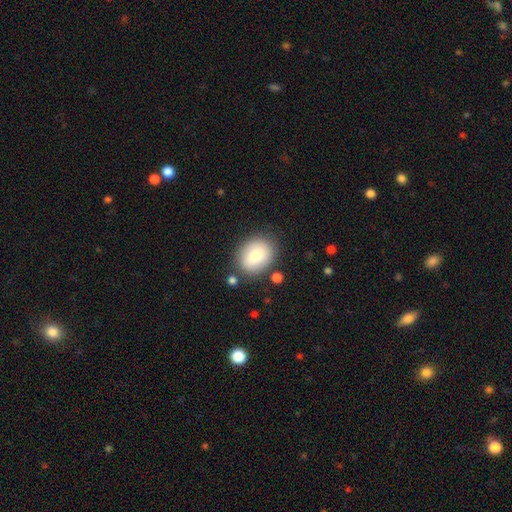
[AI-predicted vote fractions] Smooth or featured: smooth — 81% (featured or disk — 12%)
How rounded: in between — 53% (round — 46%)
Merging: none — 78% (minor disturbance — 13%)